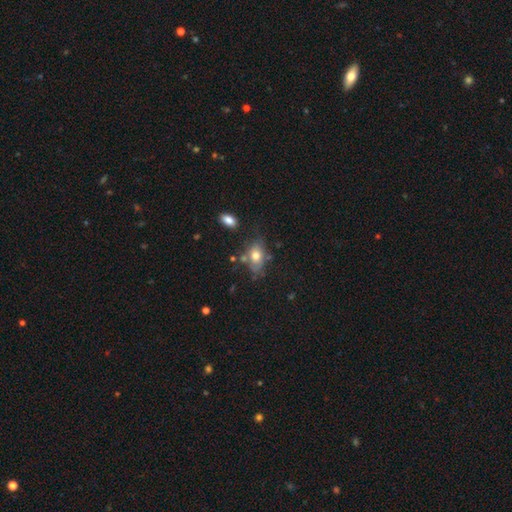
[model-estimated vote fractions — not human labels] Smooth or featured? Predicted: smooth (p=0.70). How rounded? Predicted: in between (p=0.82). Merging? Predicted: none (p=0.56).